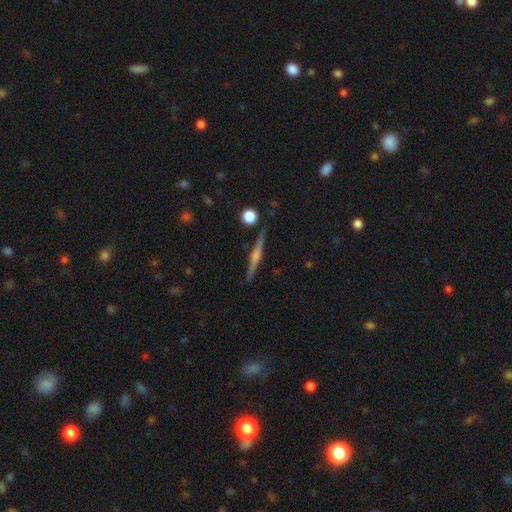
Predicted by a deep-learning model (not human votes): Overall: featured or disk (82%). Edge-on disk: yes (98%). Edge-on bulge: rounded (81%). Merging: none (91%).